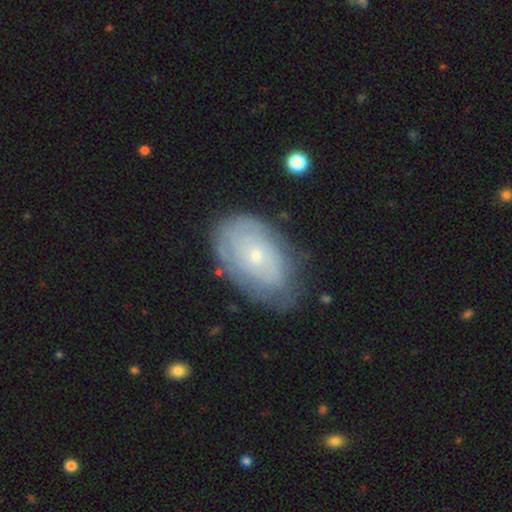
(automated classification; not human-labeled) smooth_or_featured: featured or disk (p=0.56) [alt: smooth p=0.37]
disk_edge_on: no (p=0.94) [alt: yes p=0.06]
bar: no (p=0.85) [alt: weak p=0.12]
has_spiral_arms: yes (p=0.61) [alt: no p=0.39]
bulge_size: small (p=0.72) [alt: moderate p=0.24]
merging: none (p=0.65) [alt: minor disturbance p=0.25]